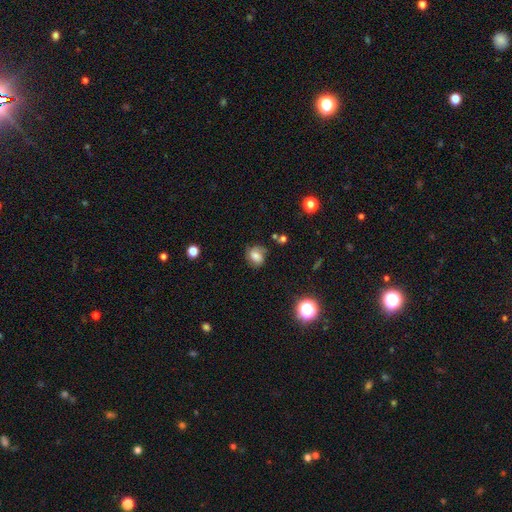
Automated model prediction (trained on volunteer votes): smooth-or-featured: smooth: 60% | featured or disk: 27% | star or artifact: 13%
  how-rounded: round: 57% | in between: 41% | cigar-shaped: 1%
  merging: none: 64% | minor disturbance: 24% | major disturbance: 9% | merger: 3%